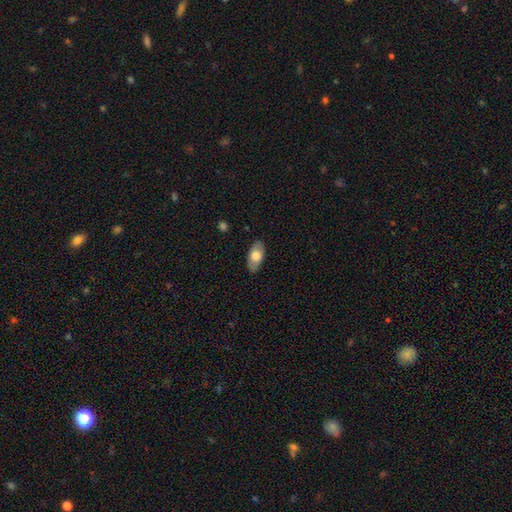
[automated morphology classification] Smooth or featured?
  - smooth: 69% *
  - featured or disk: 25%
  - star or artifact: 6%
How rounded?
  - in between: 92% *
  - cigar-shaped: 5%
  - round: 3%
Merging?
  - none: 85% *
  - minor disturbance: 11%
  - major disturbance: 2%
  - merger: 1%